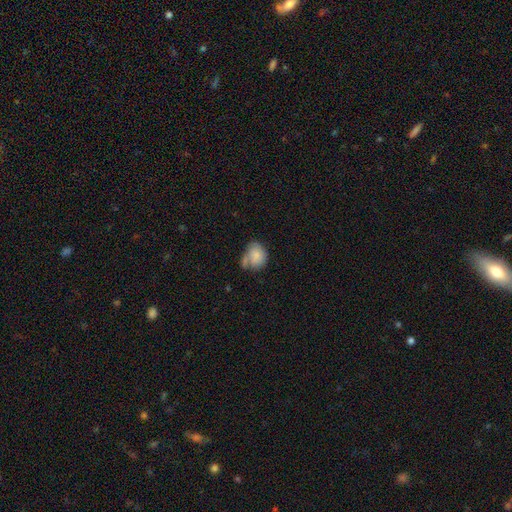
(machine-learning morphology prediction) smooth-or-featured: smooth: 78% | featured or disk: 14% | star or artifact: 8%
  how-rounded: in between: 51% | round: 48% | cigar-shaped: 1%
  merging: none: 40% | merger: 29% | minor disturbance: 22% | major disturbance: 9%